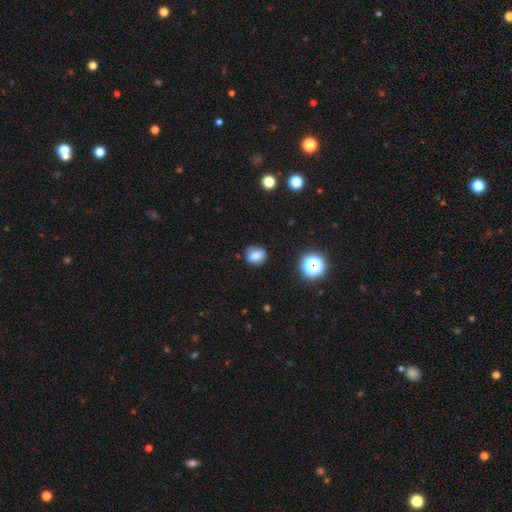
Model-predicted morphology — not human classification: Smooth or featured: smooth — 76% (star or artifact — 13%)
How rounded: round — 51% (in between — 47%)
Merging: none — 76% (minor disturbance — 18%)